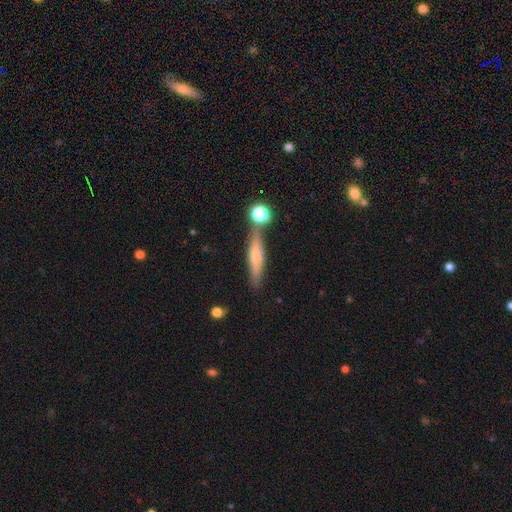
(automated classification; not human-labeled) Smooth or featured?
  - smooth: 47% *
  - featured or disk: 43%
  - star or artifact: 9%
Merging?
  - none: 70% *
  - minor disturbance: 14%
  - merger: 12%
  - major disturbance: 4%